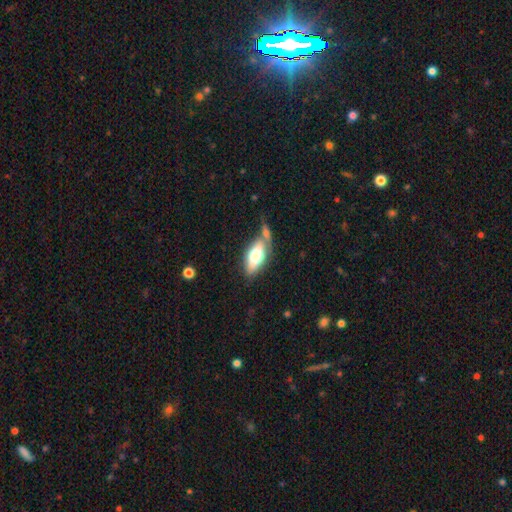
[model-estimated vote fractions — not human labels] Morphology: type=smooth (60%); roundness=in between (83%); merging=none (49%).